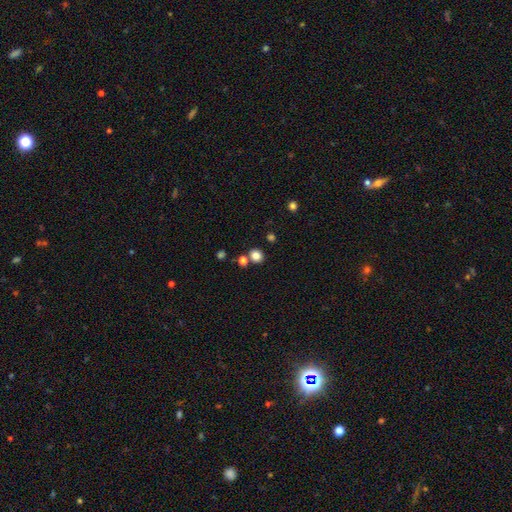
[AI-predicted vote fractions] Smooth or featured? smooth (82%)
How rounded? round (79%)
Merging? none (76%)